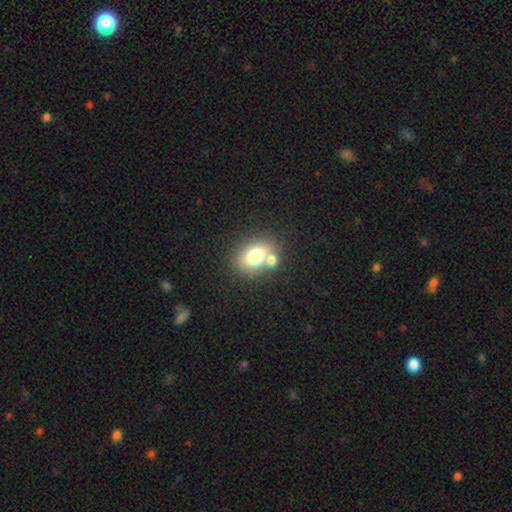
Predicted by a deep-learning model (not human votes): Smooth or featured? smooth (74%)
How rounded? in between (65%)
Merging? none (54%)